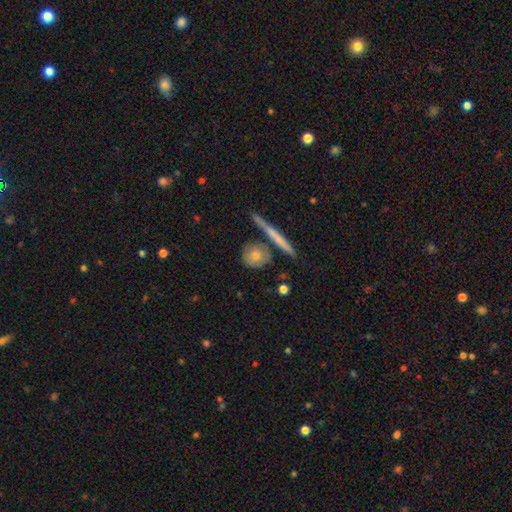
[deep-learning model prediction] Smooth or featured? smooth (66%)
How rounded? round (75%)
Merging? none (70%)